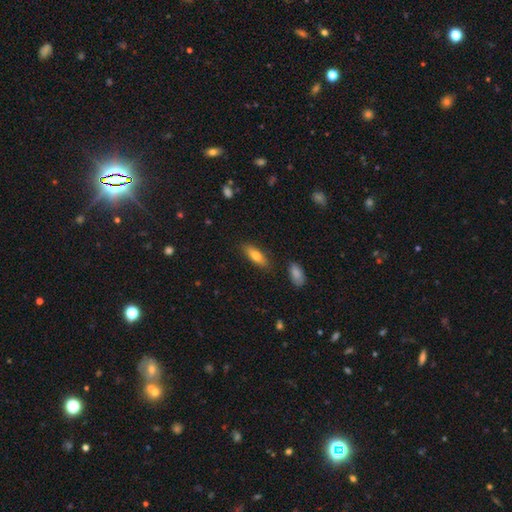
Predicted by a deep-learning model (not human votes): The model was most divided on "how rounded": in between: 62%, cigar-shaped: 35%, round: 3%. More confident: merging — none (85%); smooth or featured — smooth (72%).